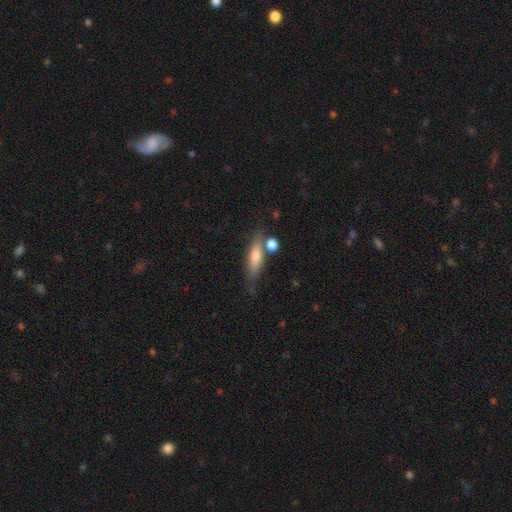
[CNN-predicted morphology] The model was most divided on "smooth or featured": smooth: 50%, featured or disk: 41%, star or artifact: 9%. More confident: how rounded — cigar-shaped (71%); merging — none (68%).